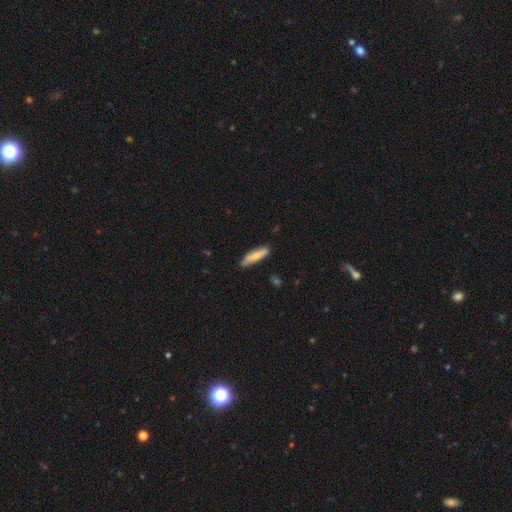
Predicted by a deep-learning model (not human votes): Overall: smooth (67%). How rounded: cigar-shaped (76%). Merging: none (80%).